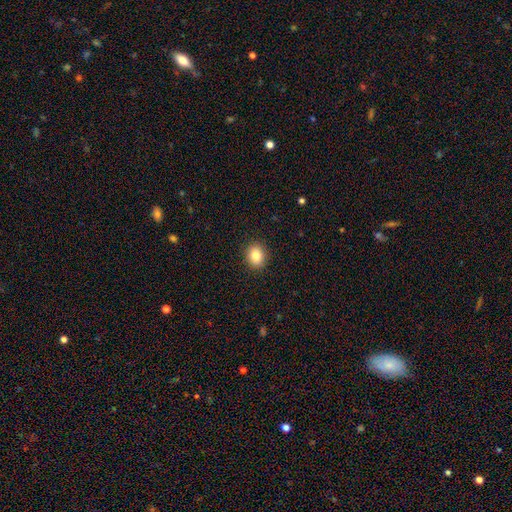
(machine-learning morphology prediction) This appears to be a smooth galaxy with no disk features (84%) that is round (57%). Merging: none (91%).